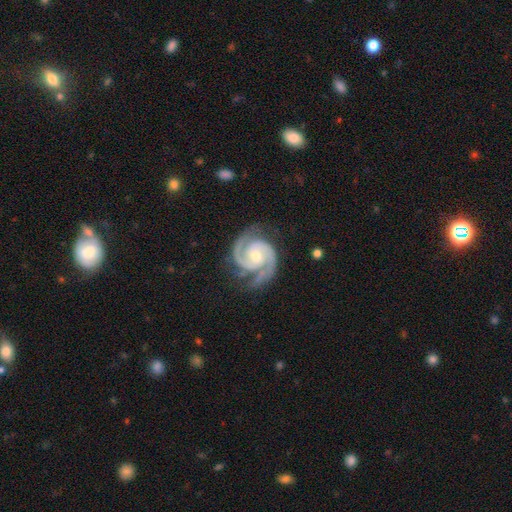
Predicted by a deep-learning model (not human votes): Smooth or featured? Predicted: featured or disk (p=0.94). Edge-on disk? Predicted: no (p=0.98). Bar? Predicted: no (p=0.59). Spiral arms? Predicted: yes (p=0.99). Spiral winding? Predicted: tight (p=0.52). Spiral arm count? Predicted: 2 (p=0.86). Bulge size? Predicted: moderate (p=0.57). Merging? Predicted: none (p=0.77).